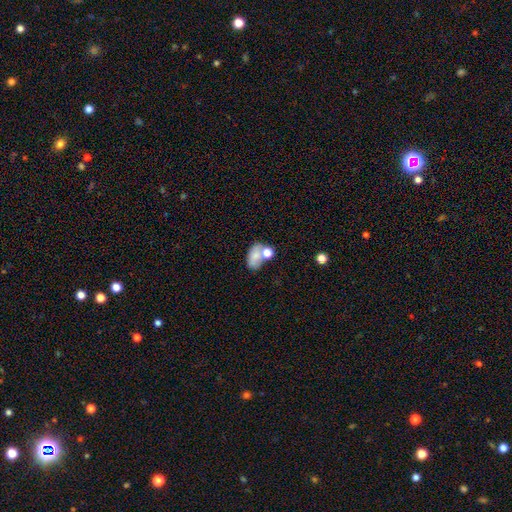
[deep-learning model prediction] Smooth or featured: smooth — 72% (featured or disk — 18%)
How rounded: in between — 85% (round — 13%)
Merging: none — 40% (merger — 36%)